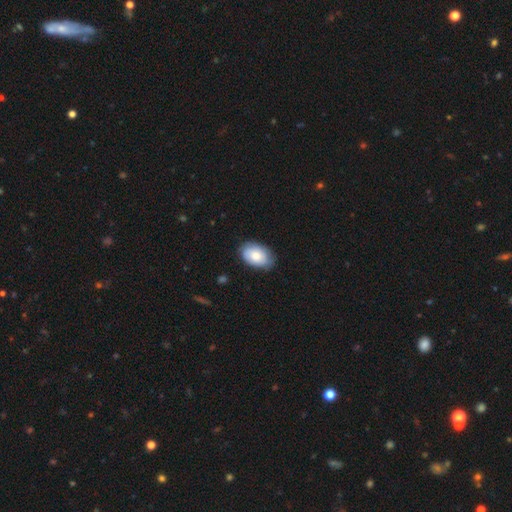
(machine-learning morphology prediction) smooth-or-featured: smooth: 73% | featured or disk: 20% | star or artifact: 6%
  how-rounded: in between: 90% | round: 9% | cigar-shaped: 1%
  merging: none: 76% | minor disturbance: 19% | major disturbance: 3% | merger: 1%